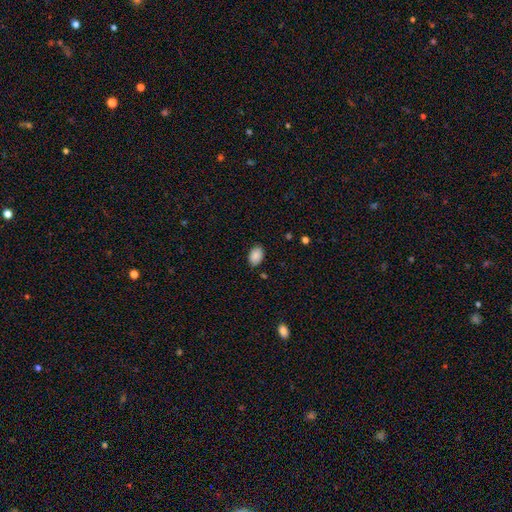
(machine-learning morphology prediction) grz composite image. It shows a smooth galaxy with no disk features (89%) that is in between round and cigar-shaped (87%). Merging: none (83%).